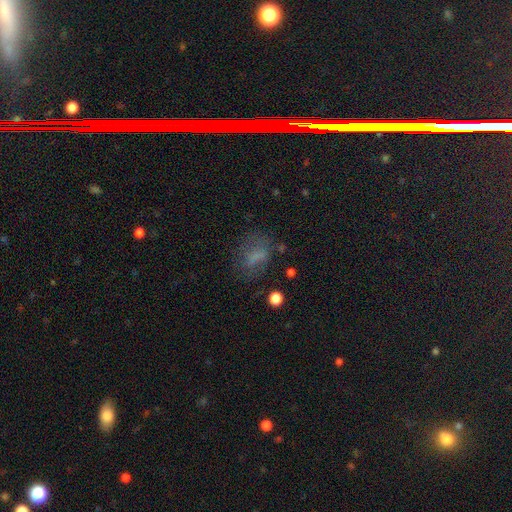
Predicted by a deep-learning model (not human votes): A smooth galaxy with no disk features (59%) that is in between round and cigar-shaped (69%).

Vote fractions:
- Smooth or featured? smooth: 59% / featured or disk: 23% / star or artifact: 18%
- How rounded? in between: 69% / round: 22% / cigar-shaped: 8%
- Merging? none: 54% / minor disturbance: 22% / major disturbance: 20% / merger: 4%